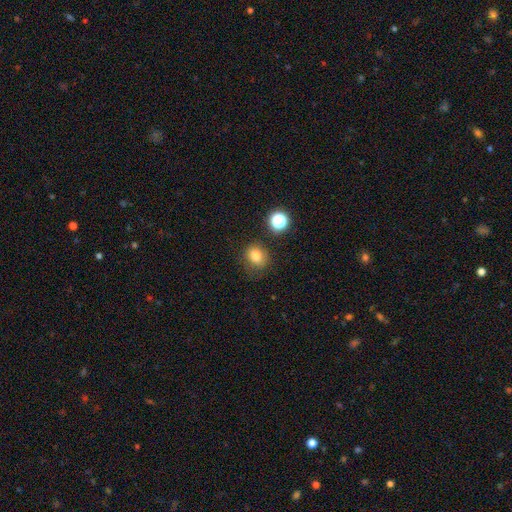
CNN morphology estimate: Smooth or featured? smooth (80%)
How rounded? round (63%)
Merging? none (74%)